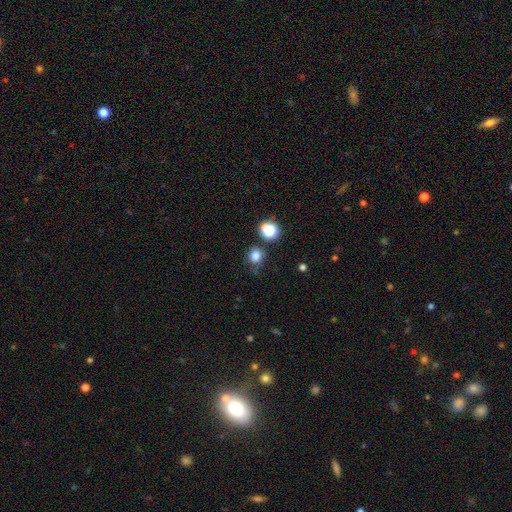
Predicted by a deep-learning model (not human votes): A smooth galaxy with no disk features (79%) that is round (86%). Merging: none (70%).